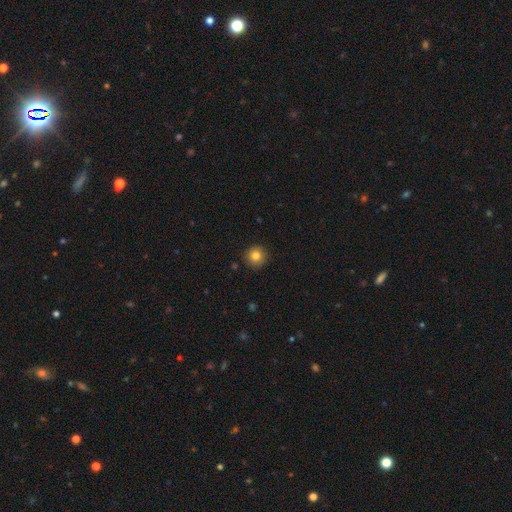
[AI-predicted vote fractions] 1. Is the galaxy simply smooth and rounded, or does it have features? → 83% smooth, 11% star or artifact, 6% featured or disk.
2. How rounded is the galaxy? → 94% round, 5% in between, 1% cigar-shaped.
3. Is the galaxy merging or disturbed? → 90% none, 7% minor disturbance, 2% major disturbance, 1% merger.